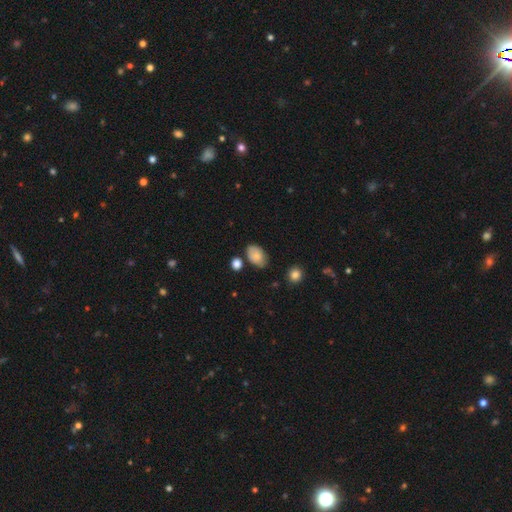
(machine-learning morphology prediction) This appears to be a smooth galaxy with no disk features (79%) that is in between round and cigar-shaped (88%). Merging: none (68%).